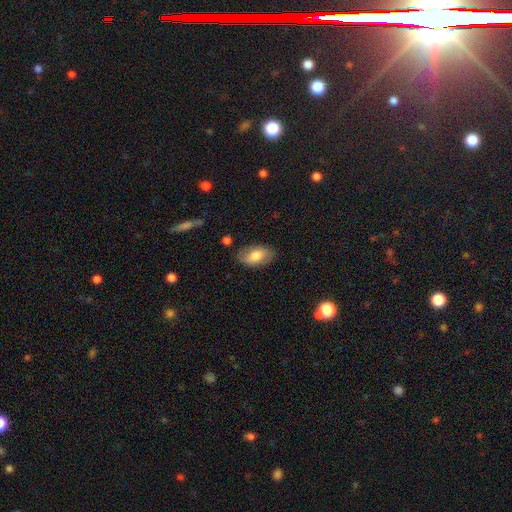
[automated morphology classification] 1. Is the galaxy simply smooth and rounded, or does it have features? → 74% smooth, 19% featured or disk, 7% star or artifact.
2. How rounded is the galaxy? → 93% in between, 5% round, 2% cigar-shaped.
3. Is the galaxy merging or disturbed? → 79% none, 15% minor disturbance, 3% major disturbance, 2% merger.